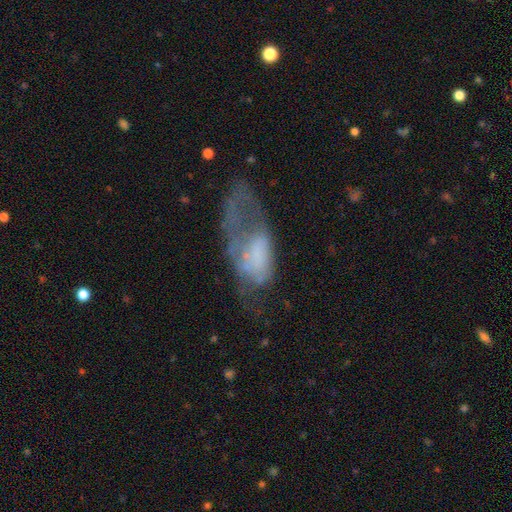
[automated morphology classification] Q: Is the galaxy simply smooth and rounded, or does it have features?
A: featured or disk — 47%.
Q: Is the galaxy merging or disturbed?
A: major disturbance — 53%.